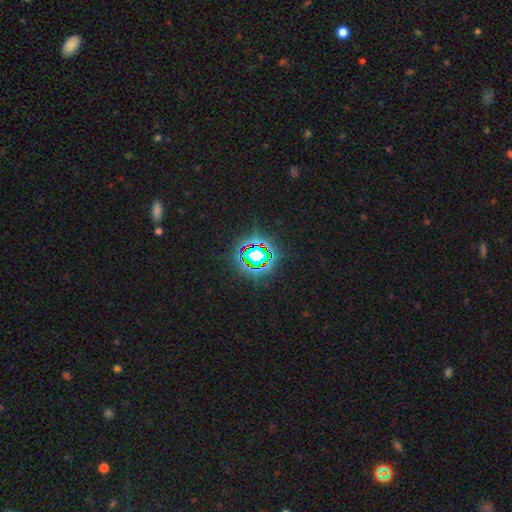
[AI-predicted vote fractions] Q: Smooth or featured?
A: star or artifact (74%); runner-up: smooth (15%)